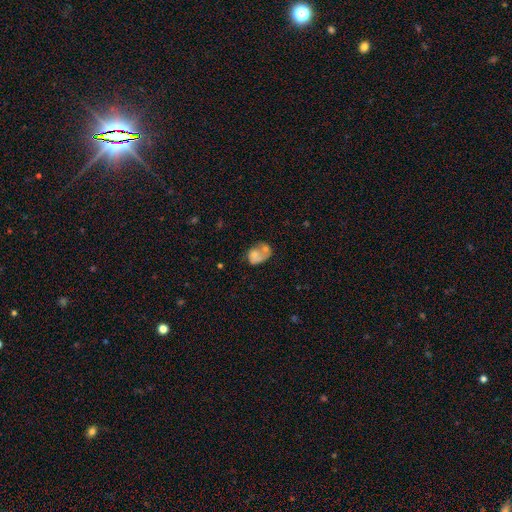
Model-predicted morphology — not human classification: This is possibly a smooth galaxy (56%). How rounded: likely in between (62%). Merging: possibly merger (53%).